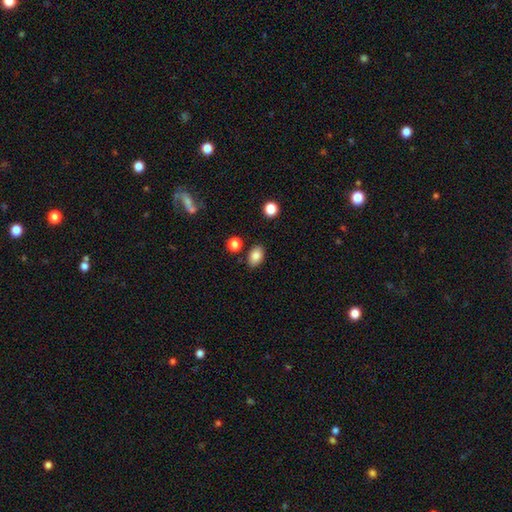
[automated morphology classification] Smooth or featured?
  - smooth: 85% *
  - star or artifact: 9%
  - featured or disk: 6%
How rounded?
  - in between: 85% *
  - round: 14%
  - cigar-shaped: 1%
Merging?
  - none: 83% *
  - minor disturbance: 11%
  - merger: 4%
  - major disturbance: 3%